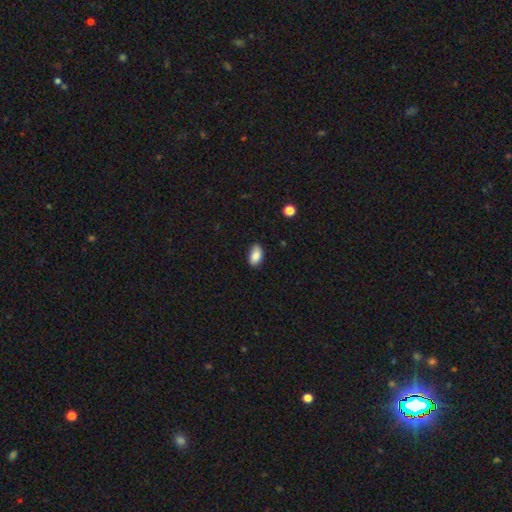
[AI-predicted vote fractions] Smooth or featured?
  - smooth: 87% *
  - star or artifact: 8%
  - featured or disk: 6%
How rounded?
  - in between: 92% *
  - round: 6%
  - cigar-shaped: 2%
Merging?
  - none: 80% *
  - minor disturbance: 16%
  - major disturbance: 2%
  - merger: 1%